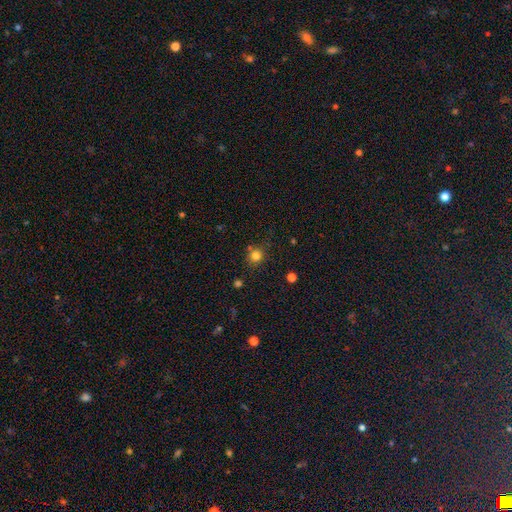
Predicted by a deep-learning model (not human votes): Smooth or featured? smooth (80%)
How rounded? round (89%)
Merging? none (80%)